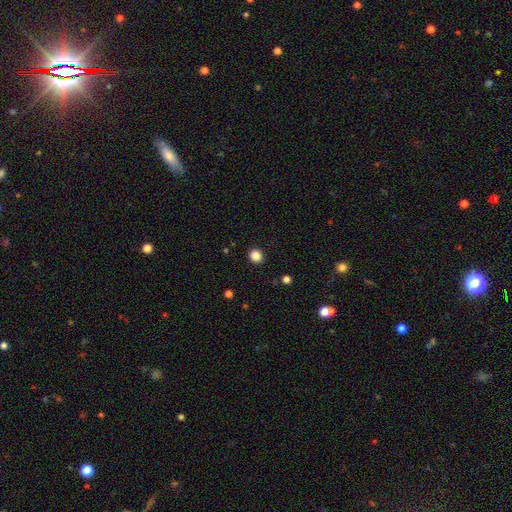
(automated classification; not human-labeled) Smooth or featured? Predicted: smooth (p=0.86). How rounded? Predicted: round (p=0.78). Merging? Predicted: none (p=0.91).